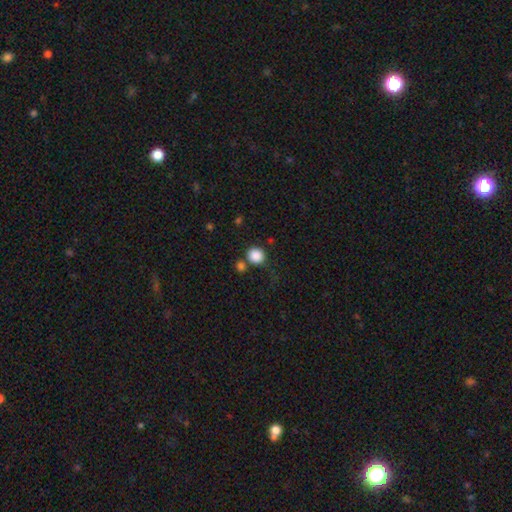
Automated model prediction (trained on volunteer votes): This is clearly a smooth galaxy (87%). How rounded: clearly round (91%). Merging: likely none (71%).